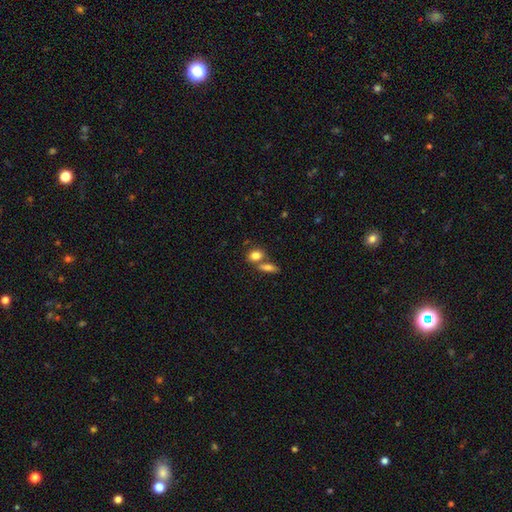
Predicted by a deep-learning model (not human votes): Morphology: type=smooth (83%); roundness=in between (72%); merging=none (48%).